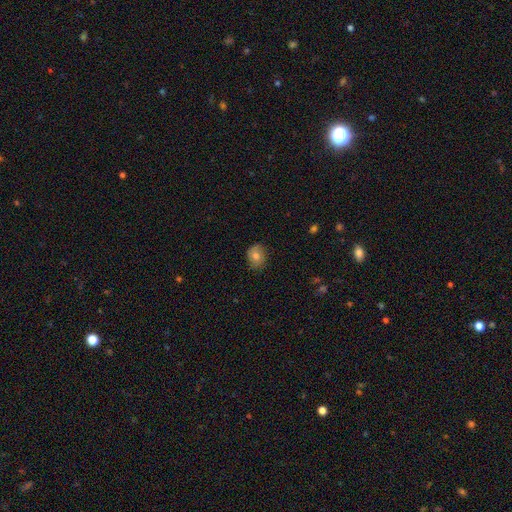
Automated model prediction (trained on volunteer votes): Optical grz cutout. It shows a smooth galaxy with no disk features (74%) that is round (61%). Merging: none (79%).